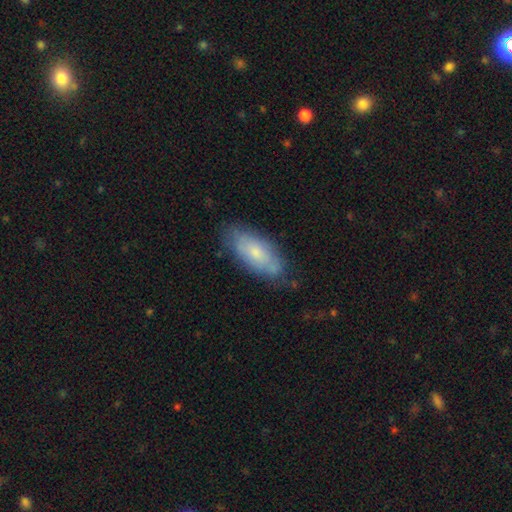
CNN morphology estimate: Smooth or featured: smooth — 50% (featured or disk — 38%)
How rounded: in between — 77% (cigar-shaped — 20%)
Merging: none — 77% (minor disturbance — 18%)